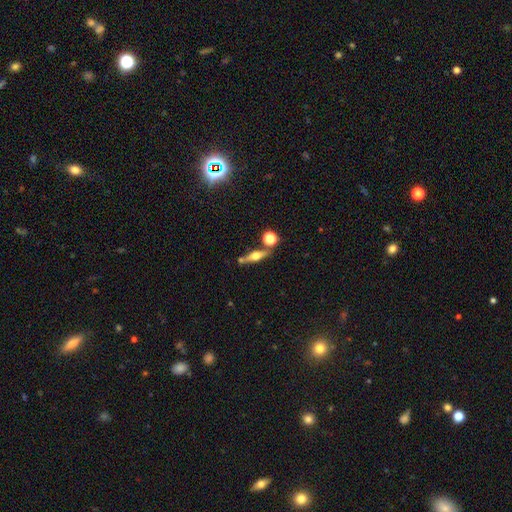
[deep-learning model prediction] A featured or disk galaxy (62%) viewed edge-on (94%) with a rounded central bulge (94%).

Vote fractions:
- Smooth or featured? featured or disk: 62% / smooth: 29% / star or artifact: 9%
- Edge-on disk? yes: 94% / no: 6%
- Edge-on bulge? rounded: 94% / boxy: 4% / none: 2%
- Merging? none: 74% / merger: 12% / minor disturbance: 10% / major disturbance: 3%